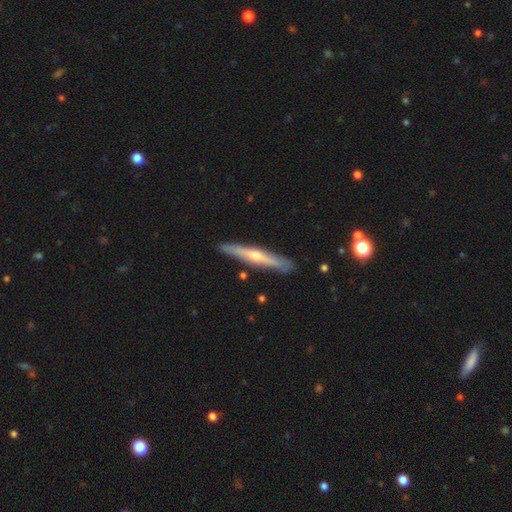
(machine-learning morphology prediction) A featured or disk galaxy (62%) viewed edge-on (94%) with a rounded central bulge (80%). Merging: none (89%).